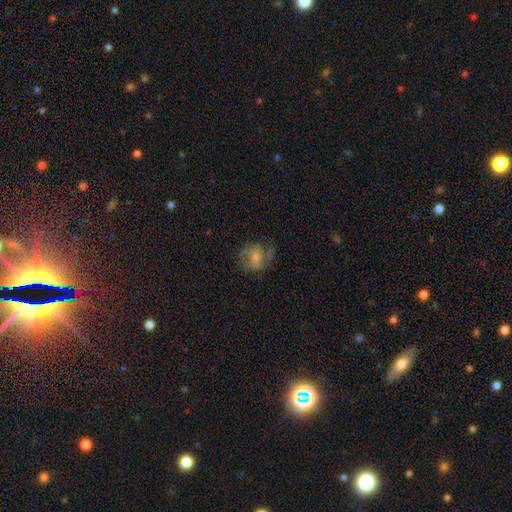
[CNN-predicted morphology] Smooth or featured?
  - featured or disk: 56% *
  - smooth: 33%
  - star or artifact: 11%
Edge-on disk?
  - no: 97% *
  - yes: 3%
Bar?
  - no: 54% *
  - weak: 34%
  - strong: 12%
Spiral arms?
  - yes: 73% *
  - no: 27%
Bulge size?
  - small: 56% *
  - moderate: 32%
  - none: 7%
  - large: 4%
  - dominant: 1%
Merging?
  - none: 58% *
  - minor disturbance: 21%
  - major disturbance: 20%
  - merger: 2%